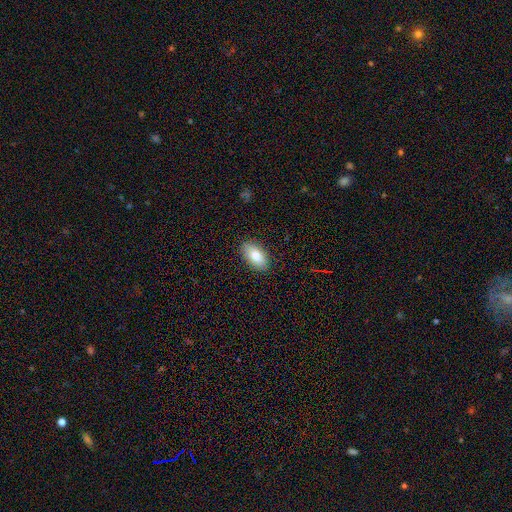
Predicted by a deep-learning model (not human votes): A smooth galaxy with no disk features (79%) that is in between round and cigar-shaped (92%). Merging: none (88%).